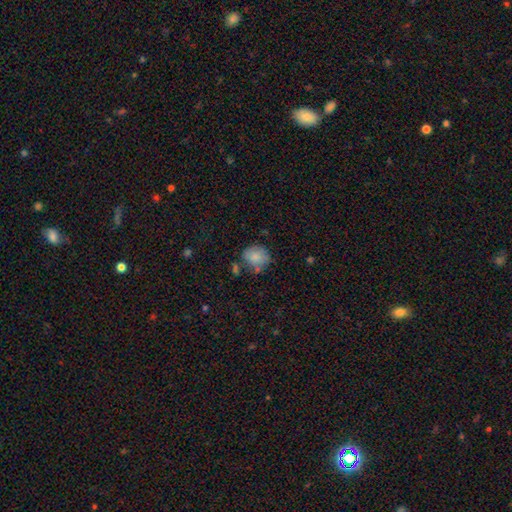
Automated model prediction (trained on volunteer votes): smooth 80%, featured or disk 12%, star or artifact 8%. Down the decision tree: how rounded — round (72%); merging — none (61%).